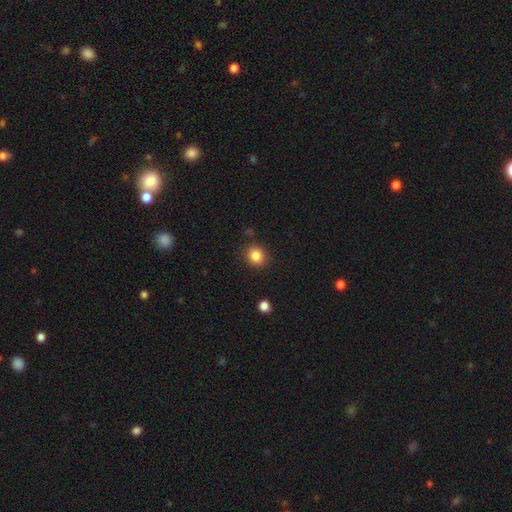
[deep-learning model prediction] Smooth or featured? smooth (85%)
How rounded? round (79%)
Merging? none (87%)